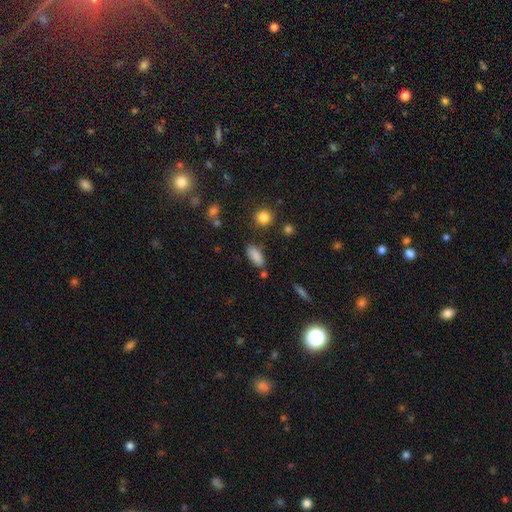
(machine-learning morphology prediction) Q: Smooth or featured?
A: smooth (86%); runner-up: star or artifact (9%)
Q: How rounded?
A: in between (83%); runner-up: cigar-shaped (14%)
Q: Merging?
A: none (76%); runner-up: minor disturbance (14%)